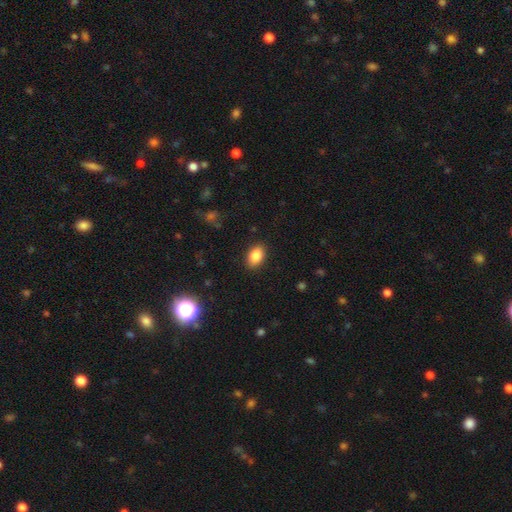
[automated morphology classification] This is clearly a smooth galaxy (85%). How rounded: clearly in between (87%). Merging: clearly none (88%).